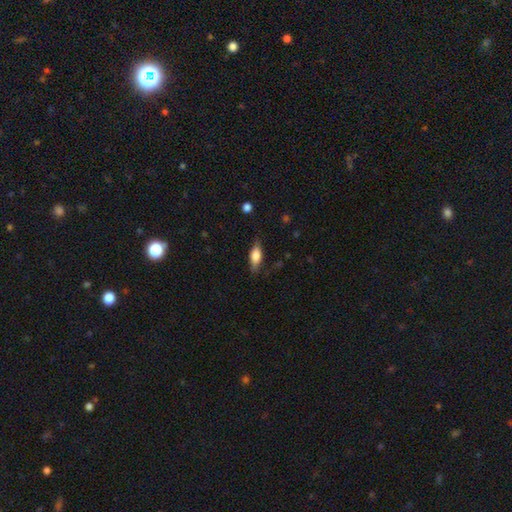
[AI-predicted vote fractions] This appears to be a smooth galaxy with no disk features (67%) that is in between round and cigar-shaped (73%). Merging: none (78%).